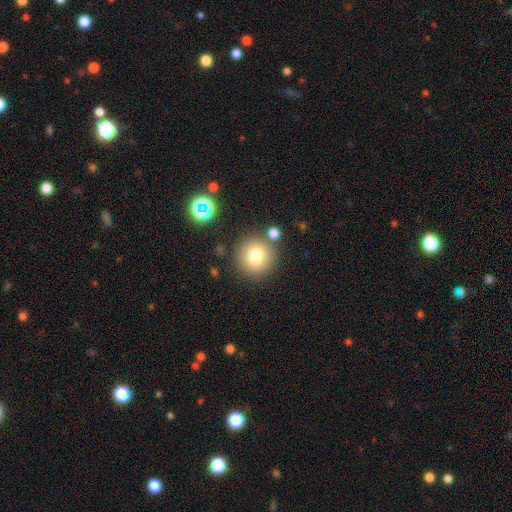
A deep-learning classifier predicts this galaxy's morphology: type=smooth (78%); roundness=round (94%); merging=none (80%).